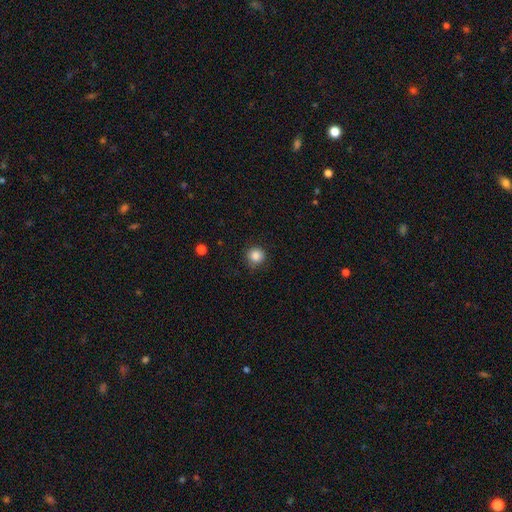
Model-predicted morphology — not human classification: smooth-or-featured: smooth: 86% | star or artifact: 11% | featured or disk: 4%
  how-rounded: round: 93% | in between: 6% | cigar-shaped: 1%
  merging: none: 85% | minor disturbance: 11% | major disturbance: 3% | merger: 1%